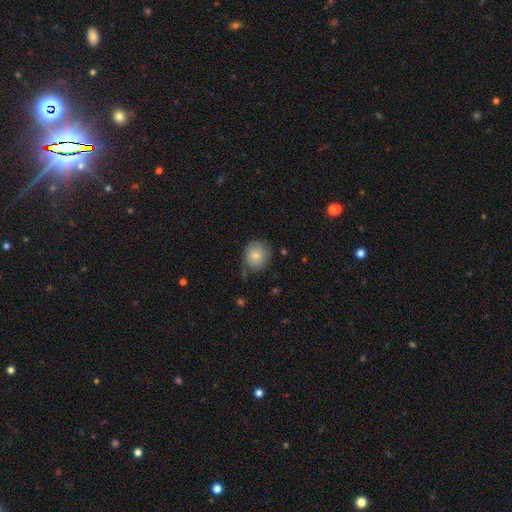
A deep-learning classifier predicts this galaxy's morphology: A smooth galaxy with no disk features (79%) that is round (81%).

Vote fractions:
- Smooth or featured? smooth: 79% / featured or disk: 12% / star or artifact: 8%
- How rounded? round: 81% / in between: 18% / cigar-shaped: 1%
- Merging? none: 69% / minor disturbance: 23% / major disturbance: 6% / merger: 2%